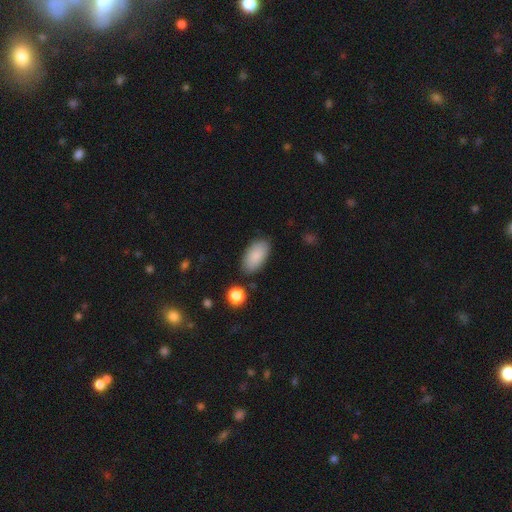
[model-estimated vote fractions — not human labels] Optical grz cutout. It shows a smooth galaxy with no disk features (87%) that is in between round and cigar-shaped (95%). Merging: none (82%).